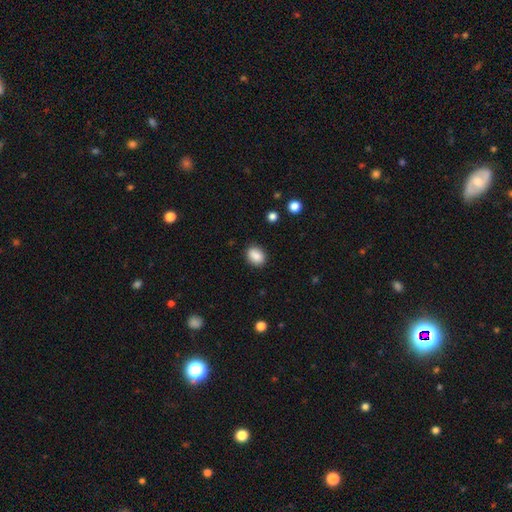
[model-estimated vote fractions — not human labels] A smooth galaxy with no disk features (87%) that is in between round and cigar-shaped (59%).

Vote fractions:
- Smooth or featured? smooth: 87% / star or artifact: 8% / featured or disk: 4%
- How rounded? in between: 59% / round: 40% / cigar-shaped: 1%
- Merging? none: 85% / minor disturbance: 11% / major disturbance: 3% / merger: 2%